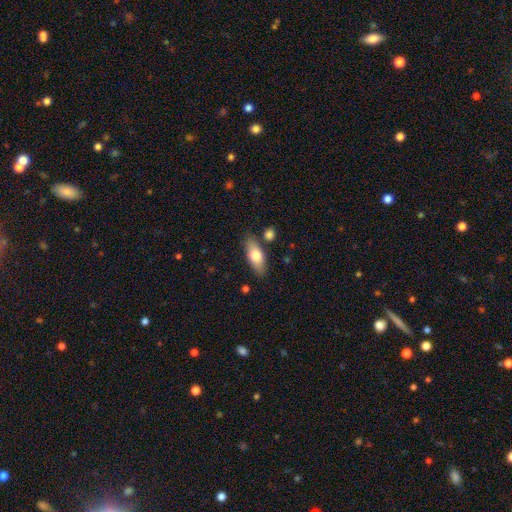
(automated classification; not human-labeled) smooth-or-featured: smooth: 72% | featured or disk: 22% | star or artifact: 6%
  how-rounded: in between: 77% | cigar-shaped: 20% | round: 3%
  merging: none: 80% | minor disturbance: 12% | merger: 5% | major disturbance: 3%